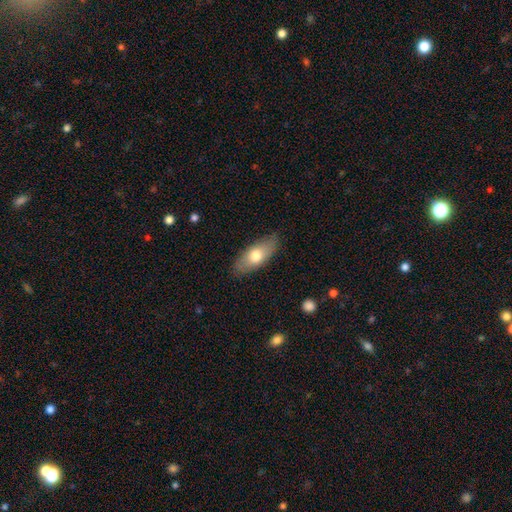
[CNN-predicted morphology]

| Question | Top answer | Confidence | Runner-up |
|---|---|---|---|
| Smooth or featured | smooth | 68% | featured or disk (26%) |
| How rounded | in between | 79% | cigar-shaped (18%) |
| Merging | none | 84% | minor disturbance (13%) |